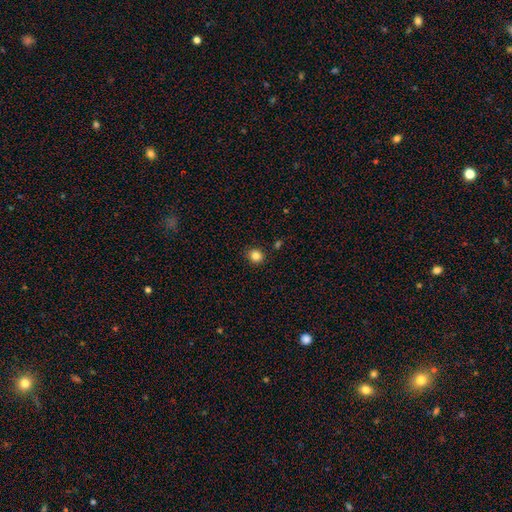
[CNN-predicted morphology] Smooth or featured? Predicted: smooth (p=0.84). How rounded? Predicted: round (p=0.85). Merging? Predicted: none (p=0.90).